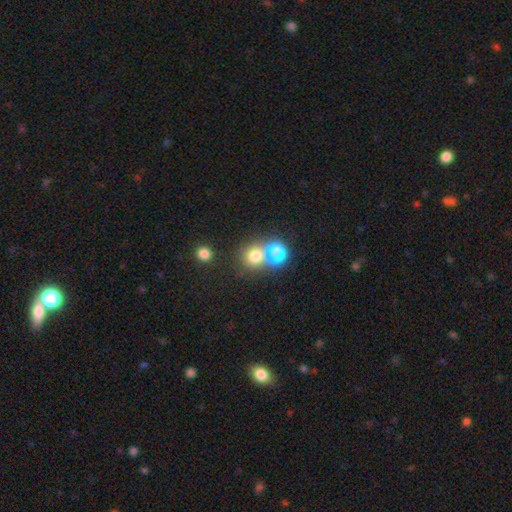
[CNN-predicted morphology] Smooth or featured? Predicted: smooth (p=0.73). How rounded? Predicted: round (p=0.88). Merging? Predicted: none (p=0.60).